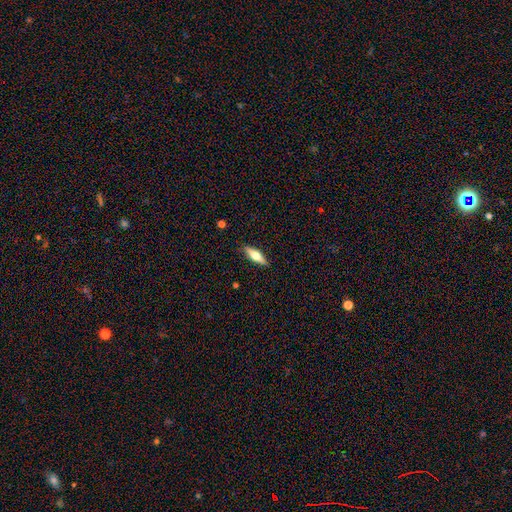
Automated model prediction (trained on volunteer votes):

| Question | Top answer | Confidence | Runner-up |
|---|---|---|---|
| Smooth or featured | smooth | 49% | featured or disk (45%) |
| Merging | none | 88% | minor disturbance (9%) |